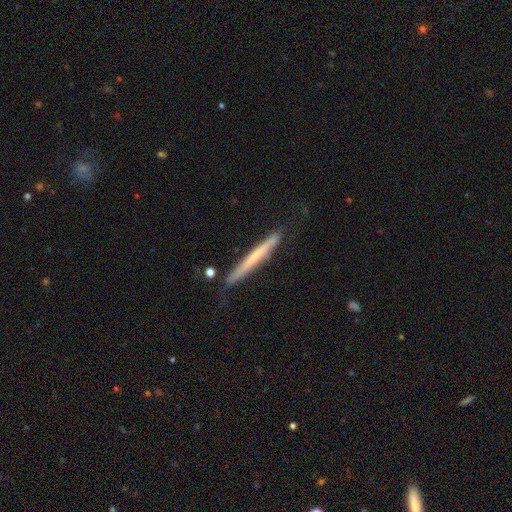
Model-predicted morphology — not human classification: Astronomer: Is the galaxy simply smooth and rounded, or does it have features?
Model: featured or disk — 48% (runner-up: smooth, 47%).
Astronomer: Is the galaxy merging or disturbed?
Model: none — 79%.